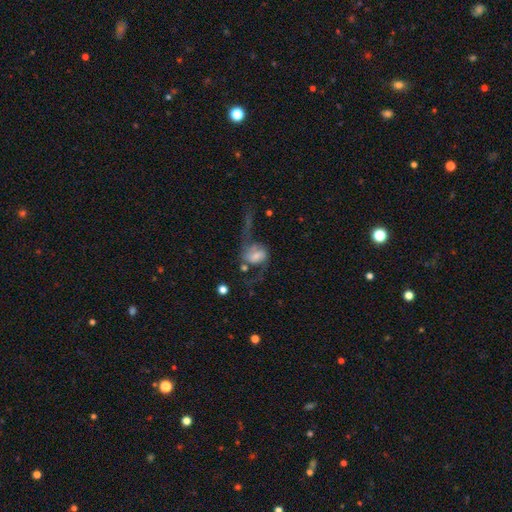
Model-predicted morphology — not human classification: Smooth or featured? featured or disk (70%)
Edge-on disk? no (96%)
Bar? weak (42%)
Spiral arms? yes (88%)
Spiral winding? loose (76%)
Spiral arm count? 2 (89%)
Bulge size? small (33%, tied with moderate)
Merging? none (38%)